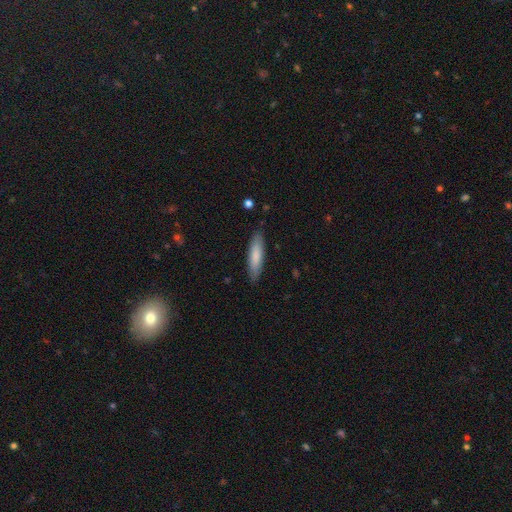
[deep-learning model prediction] smooth_or_featured: smooth (p=0.80) [alt: featured or disk p=0.15]
how_rounded: cigar-shaped (p=0.72) [alt: in between p=0.26]
merging: none (p=0.86) [alt: minor disturbance p=0.10]